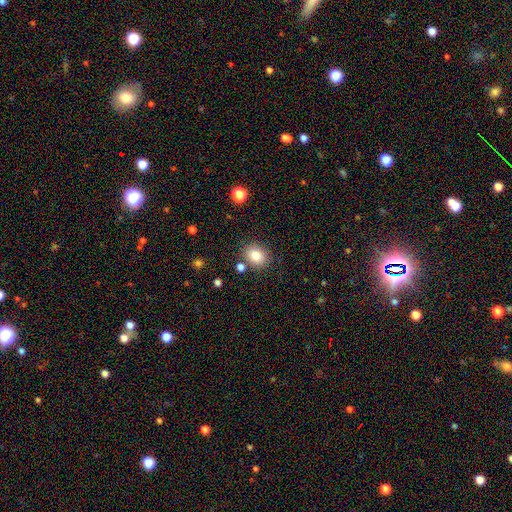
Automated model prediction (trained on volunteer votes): smooth-or-featured: smooth: 83% | star or artifact: 10% | featured or disk: 7%
  how-rounded: round: 56% | in between: 43% | cigar-shaped: 1%
  merging: none: 81% | minor disturbance: 10% | merger: 5% | major disturbance: 3%